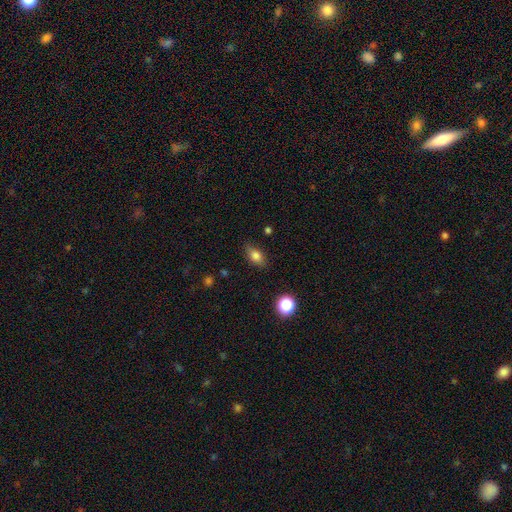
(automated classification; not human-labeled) This appears to be a smooth galaxy with no disk features (79%) that is in between round and cigar-shaped (81%). Merging: none (81%).